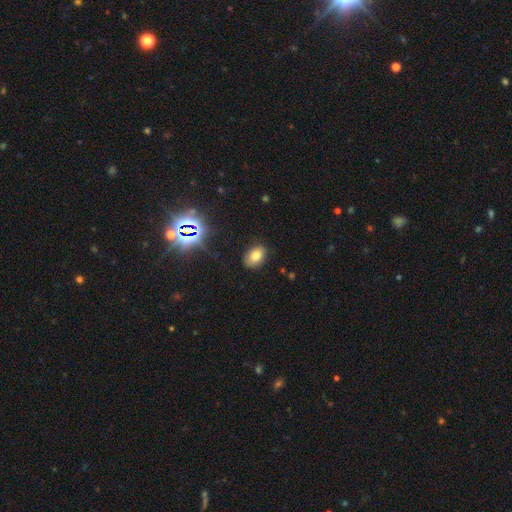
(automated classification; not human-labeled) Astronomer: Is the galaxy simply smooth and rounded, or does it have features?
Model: smooth — 74%.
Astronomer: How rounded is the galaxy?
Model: in between — 83%.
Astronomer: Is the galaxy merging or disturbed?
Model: none — 84%.